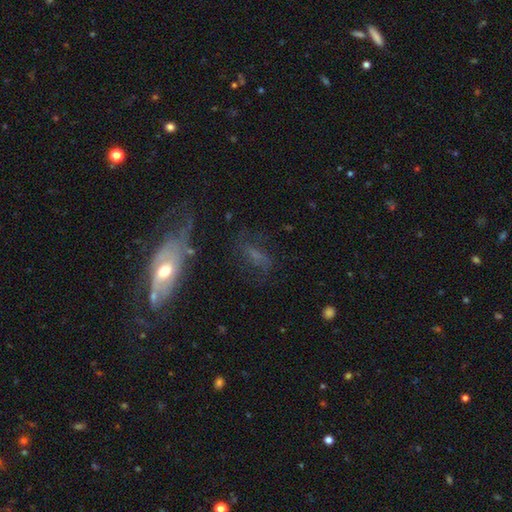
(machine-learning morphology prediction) smooth_or_featured: featured or disk (p=0.50) [alt: smooth p=0.34]
merging: none (p=0.50) [alt: major disturbance p=0.22]